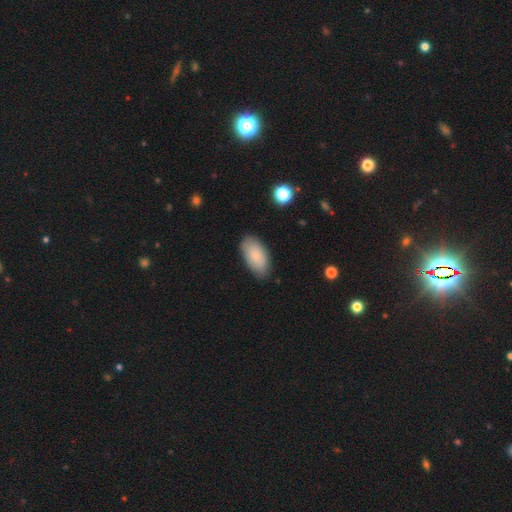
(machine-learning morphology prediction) Smooth or featured?
  - smooth: 82% *
  - featured or disk: 12%
  - star or artifact: 6%
How rounded?
  - in between: 95% *
  - round: 3%
  - cigar-shaped: 2%
Merging?
  - none: 81% *
  - minor disturbance: 15%
  - major disturbance: 3%
  - merger: 1%